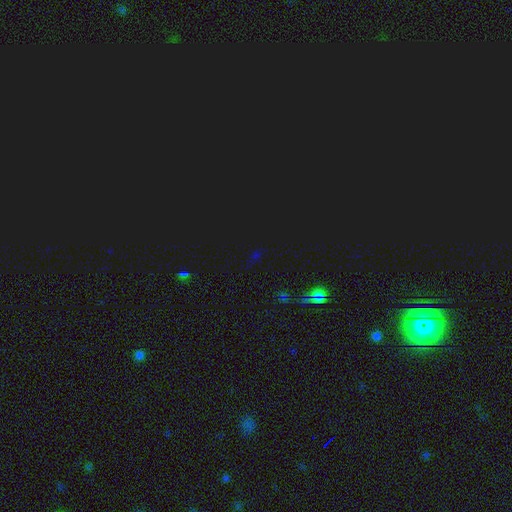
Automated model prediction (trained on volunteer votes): Q: Smooth or featured?
A: star or artifact (77%); runner-up: smooth (16%)